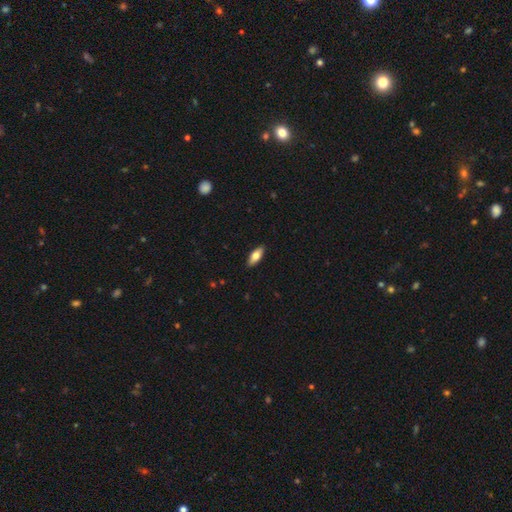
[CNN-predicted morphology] A smooth galaxy with no disk features (72%) that is in between round and cigar-shaped (78%).

Vote fractions:
- Smooth or featured? smooth: 72% / featured or disk: 22% / star or artifact: 6%
- How rounded? in between: 78% / cigar-shaped: 19% / round: 2%
- Merging? none: 89% / minor disturbance: 8% / major disturbance: 2% / merger: 1%